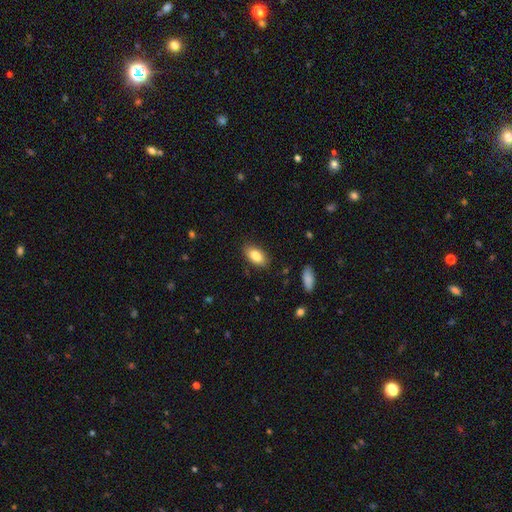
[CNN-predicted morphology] Smooth or featured? Predicted: smooth (p=0.85). How rounded? Predicted: in between (p=0.92). Merging? Predicted: none (p=0.86).